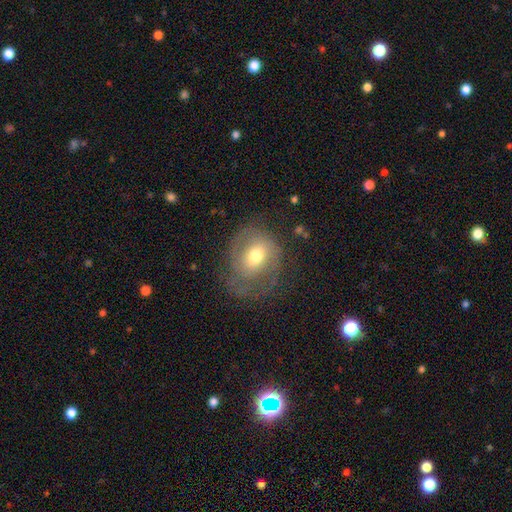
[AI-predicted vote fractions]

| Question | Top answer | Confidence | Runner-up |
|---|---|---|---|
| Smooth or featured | featured or disk | 48% | smooth (44%) |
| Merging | none | 50% | minor disturbance (25%) |